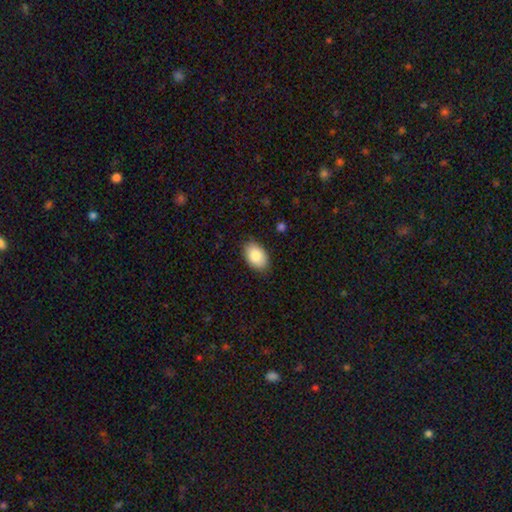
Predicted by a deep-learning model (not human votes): The model was most divided on "smooth or featured": smooth: 85%, featured or disk: 9%, star or artifact: 7%. More confident: how rounded — in between (91%); merging — none (87%).